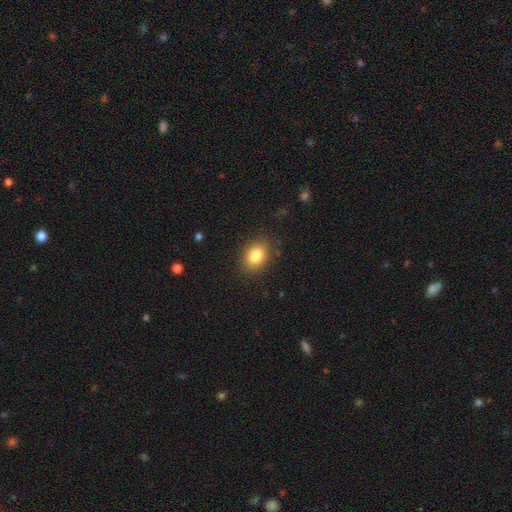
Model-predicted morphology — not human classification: The model was most divided on "how rounded": in between: 61%, round: 38%, cigar-shaped: 1%. More confident: merging — none (85%); smooth or featured — smooth (83%).